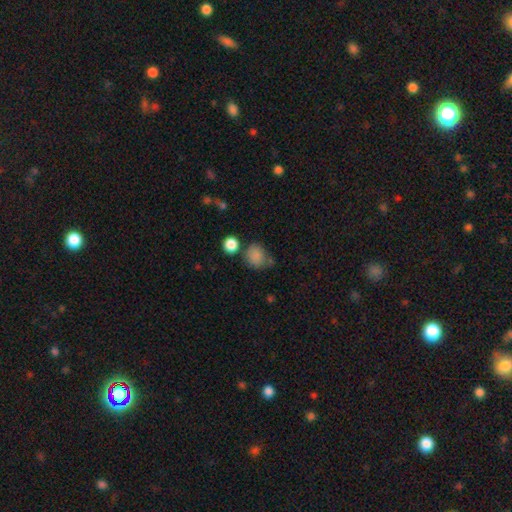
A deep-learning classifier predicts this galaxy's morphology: smooth_or_featured: smooth (p=0.84) [alt: star or artifact p=0.11]
how_rounded: round (p=0.67) [alt: in between p=0.32]
merging: none (p=0.61) [alt: minor disturbance p=0.19]